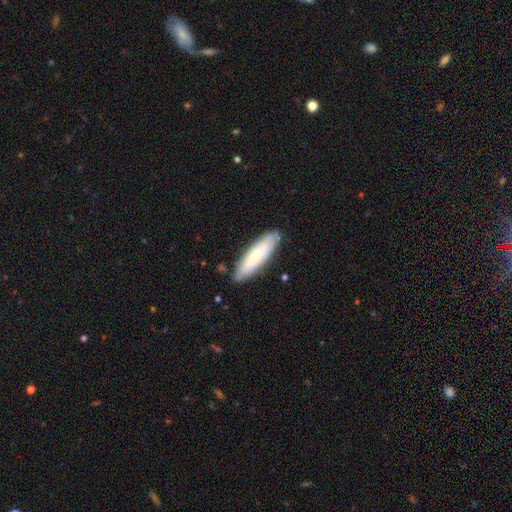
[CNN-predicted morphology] This appears to be a smooth galaxy with no disk features (68%) that is cigar-shaped (66%). Merging: none (84%).